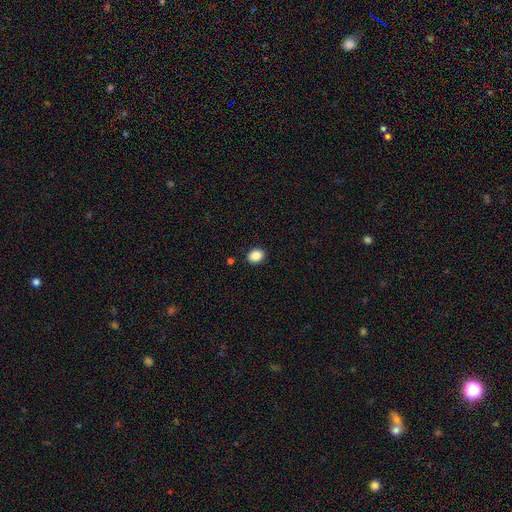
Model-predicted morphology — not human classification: A smooth galaxy with no disk features (87%) that is round (51%). Merging: none (90%).